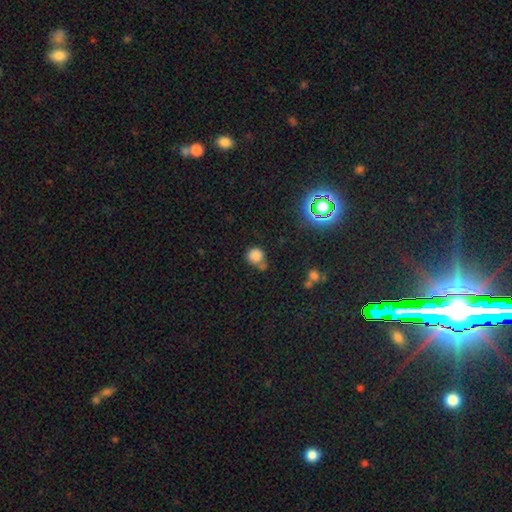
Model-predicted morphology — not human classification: Smooth or featured? smooth (81%)
How rounded? round (87%)
Merging? none (56%)